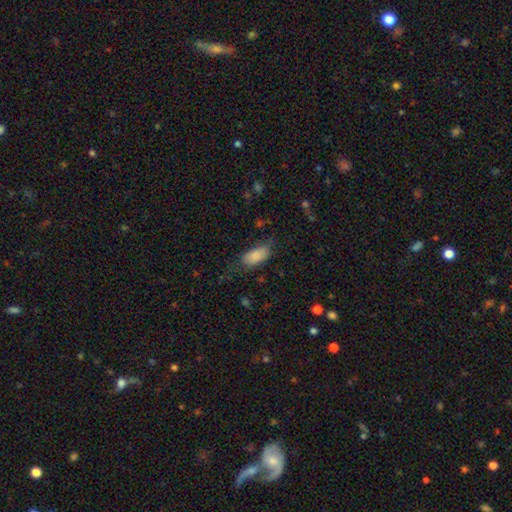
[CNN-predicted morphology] Smooth or featured?
  - smooth: 83% *
  - featured or disk: 9%
  - star or artifact: 8%
How rounded?
  - in between: 89% *
  - cigar-shaped: 9%
  - round: 3%
Merging?
  - none: 49% *
  - minor disturbance: 31%
  - major disturbance: 17%
  - merger: 2%